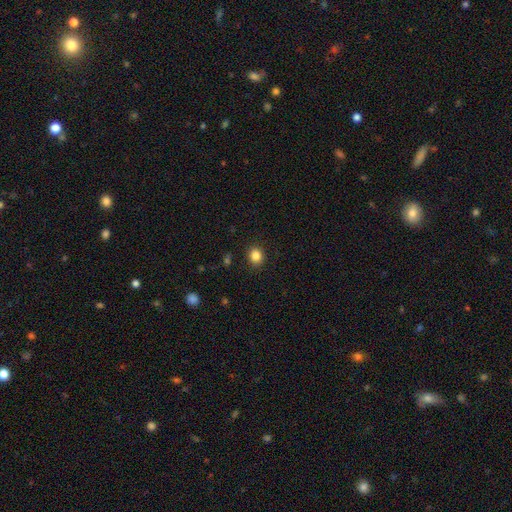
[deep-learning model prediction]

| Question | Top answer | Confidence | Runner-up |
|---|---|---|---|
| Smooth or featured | smooth | 85% | star or artifact (11%) |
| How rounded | round | 71% | in between (28%) |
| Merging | none | 89% | minor disturbance (7%) |